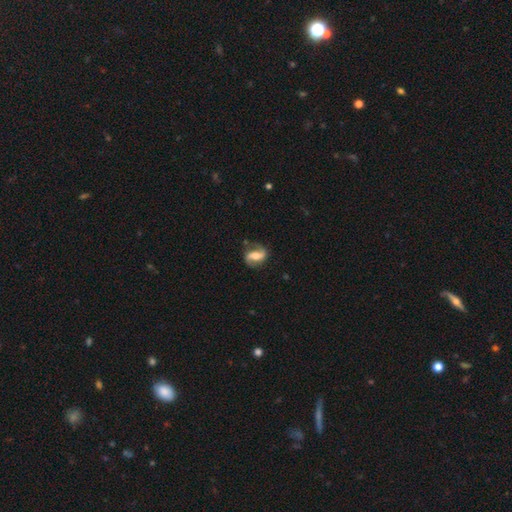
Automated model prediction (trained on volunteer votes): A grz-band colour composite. It shows a featured or disk galaxy (75%) with a strong bar (42%), 2 (89%) loose (50%) spiral arms (92%) and a moderate central bulge (53%). Merging: none (75%).